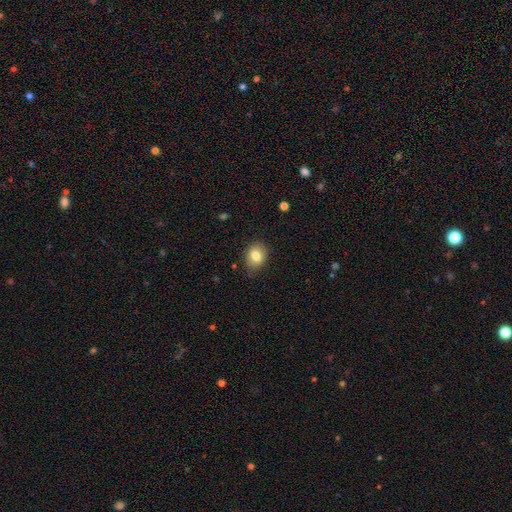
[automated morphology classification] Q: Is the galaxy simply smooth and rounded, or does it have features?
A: smooth — 80%.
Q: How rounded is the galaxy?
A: in between — 50%.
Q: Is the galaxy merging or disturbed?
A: none — 81%.